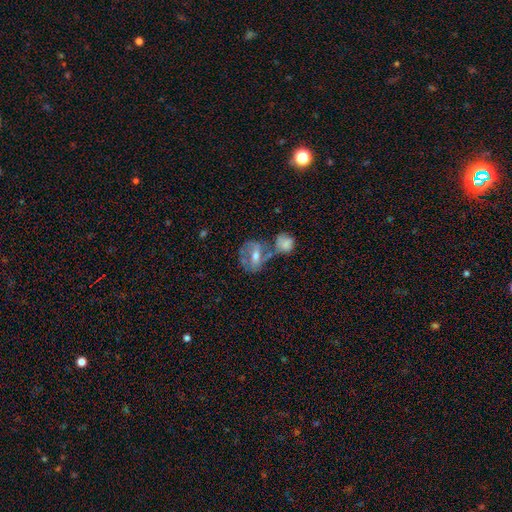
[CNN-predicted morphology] This is possibly a featured or disk galaxy (58%). It is clearly not viewed edge-on (94%). Bar: marginally weak (41%). Spiral arm pattern: likely yes (61%). Central bulge: likely moderate (67%). Merging: marginally merger (37%).